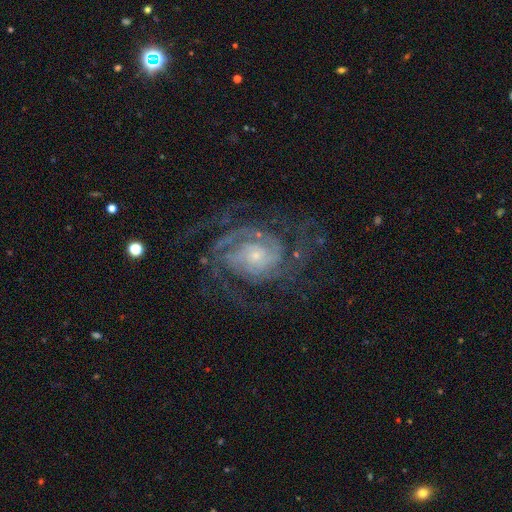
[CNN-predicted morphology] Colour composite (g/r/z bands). It shows a featured or disk galaxy (90%) with no bar (67%), 2 (35%) tight (56%) spiral arms (98%) and a small central bulge (77%). Merging: none (69%).